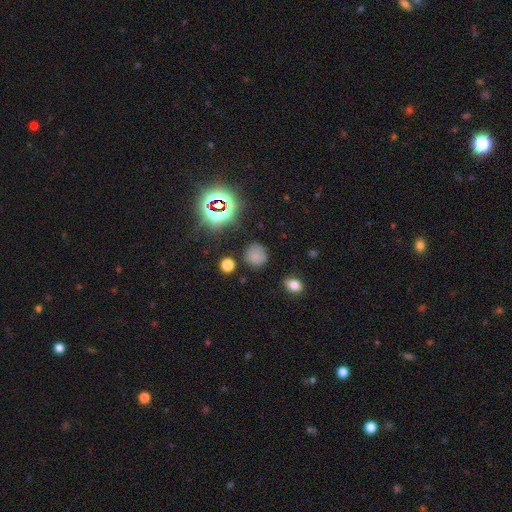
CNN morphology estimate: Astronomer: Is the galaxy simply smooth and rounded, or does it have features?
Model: smooth — 71%.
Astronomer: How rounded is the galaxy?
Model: round — 90%.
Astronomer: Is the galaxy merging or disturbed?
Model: none — 81%.